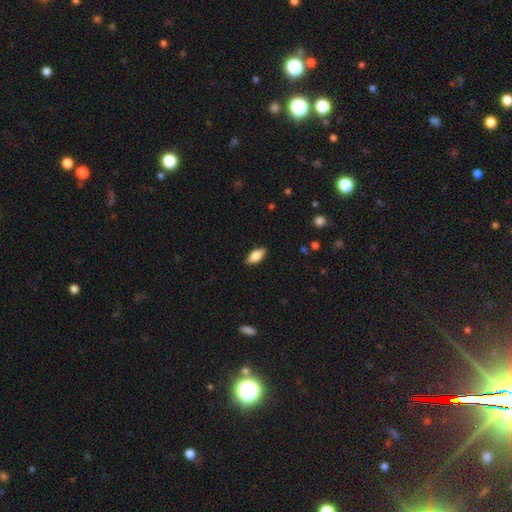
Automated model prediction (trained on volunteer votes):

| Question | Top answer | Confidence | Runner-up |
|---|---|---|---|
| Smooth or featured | smooth | 75% | featured or disk (18%) |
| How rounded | in between | 85% | cigar-shaped (13%) |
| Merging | none | 88% | minor disturbance (9%) |